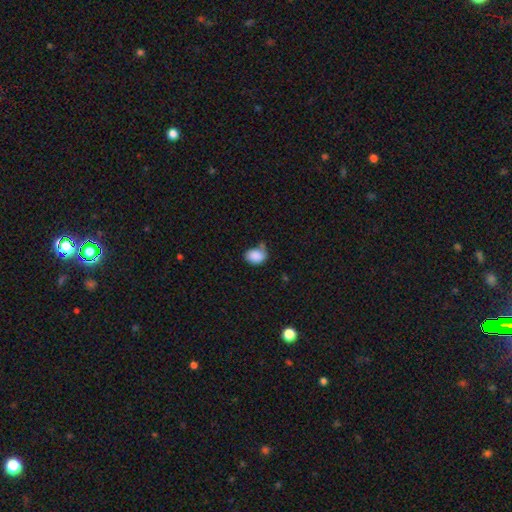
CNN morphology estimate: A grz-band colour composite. It shows a smooth galaxy with no disk features (87%) that is in between round and cigar-shaped (64%). Merging: none (54%).